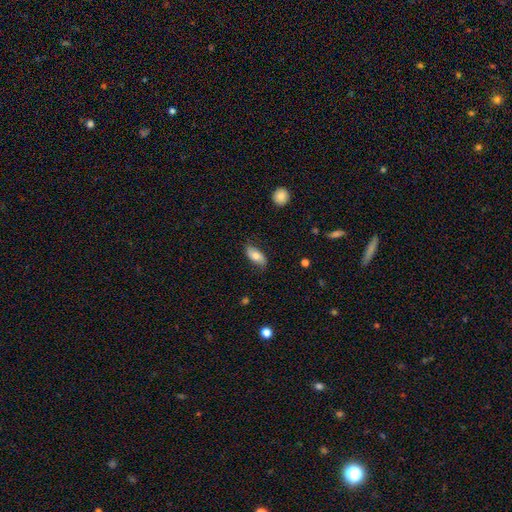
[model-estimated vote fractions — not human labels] smooth_or_featured: smooth (p=0.72) [alt: featured or disk p=0.22]
how_rounded: in between (p=0.90) [alt: cigar-shaped p=0.07]
merging: none (p=0.77) [alt: minor disturbance p=0.18]